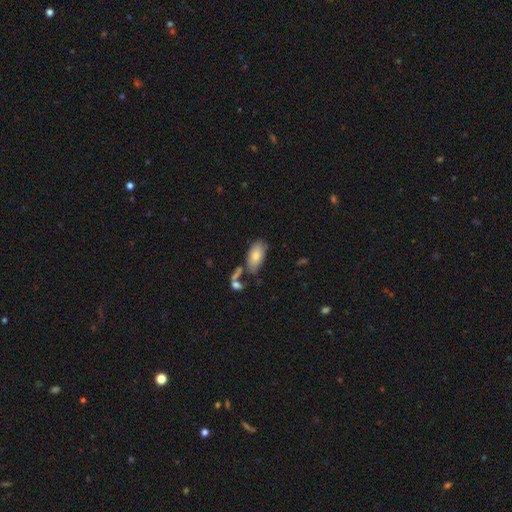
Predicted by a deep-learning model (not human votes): The model was most divided on "merging": none: 61%, minor disturbance: 19%, merger: 14%, major disturbance: 6%. More confident: how rounded — in between (93%); smooth or featured — smooth (76%).